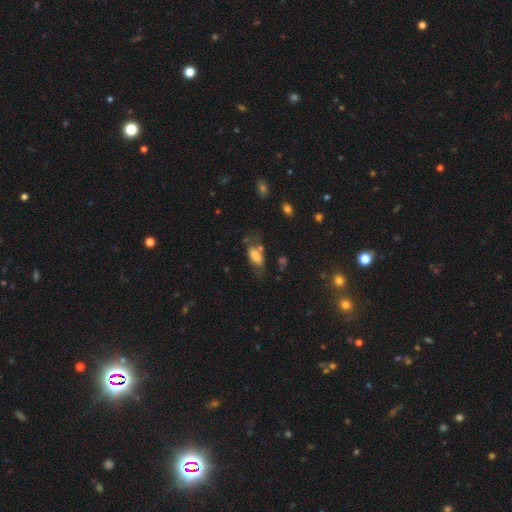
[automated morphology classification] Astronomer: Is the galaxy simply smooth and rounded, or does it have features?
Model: smooth — 73%.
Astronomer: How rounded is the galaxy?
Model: in between — 85%.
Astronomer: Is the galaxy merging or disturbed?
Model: none — 47% (runner-up: minor disturbance, 26%).